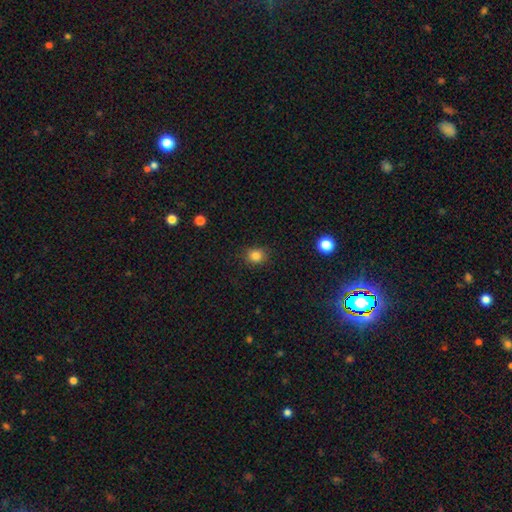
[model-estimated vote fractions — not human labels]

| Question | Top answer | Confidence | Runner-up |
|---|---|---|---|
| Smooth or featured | smooth | 83% | star or artifact (12%) |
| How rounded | round | 78% | in between (21%) |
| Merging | none | 85% | minor disturbance (11%) |